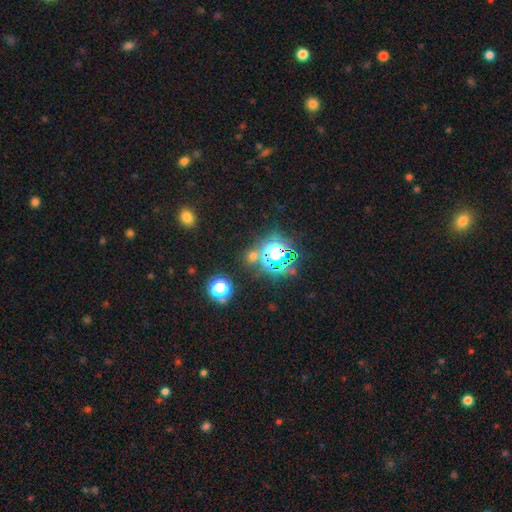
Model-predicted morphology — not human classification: smooth_or_featured: star or artifact (p=0.72) [alt: smooth p=0.21]